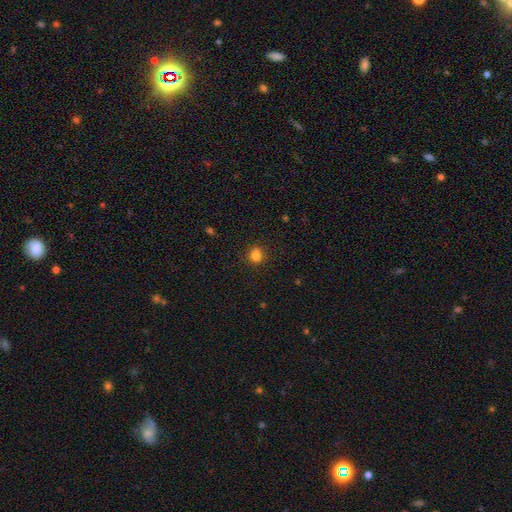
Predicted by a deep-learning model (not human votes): smooth-or-featured: smooth: 81% | star or artifact: 14% | featured or disk: 6%
  how-rounded: round: 77% | in between: 22% | cigar-shaped: 1%
  merging: none: 83% | minor disturbance: 12% | major disturbance: 3% | merger: 2%